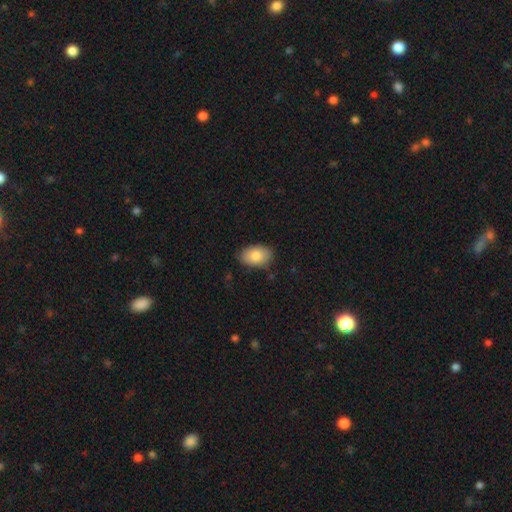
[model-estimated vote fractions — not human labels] Smooth or featured? smooth (83%)
How rounded? in between (89%)
Merging? none (80%)